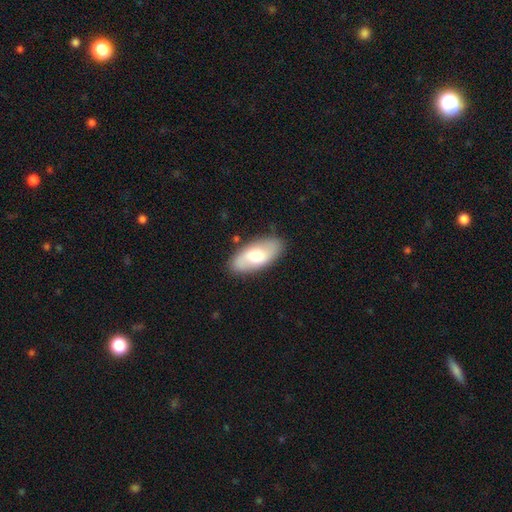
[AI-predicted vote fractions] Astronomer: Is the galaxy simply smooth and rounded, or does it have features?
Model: smooth — 56% (runner-up: featured or disk, 38%).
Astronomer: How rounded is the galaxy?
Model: in between — 88%.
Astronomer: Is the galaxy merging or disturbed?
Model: none — 86%.